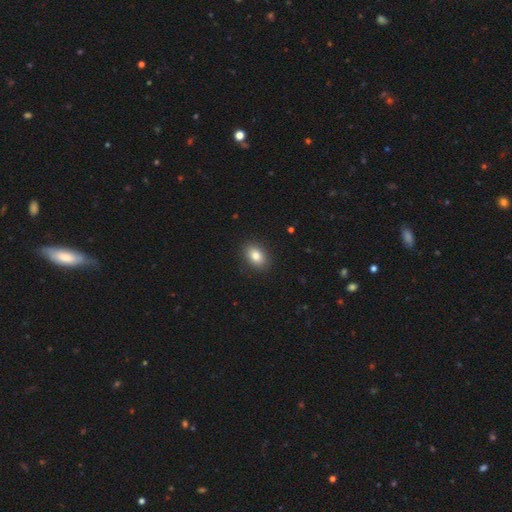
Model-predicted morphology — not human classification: Q: Smooth or featured?
A: smooth (84%); runner-up: star or artifact (9%)
Q: How rounded?
A: in between (82%); runner-up: round (16%)
Q: Merging?
A: none (89%); runner-up: minor disturbance (8%)